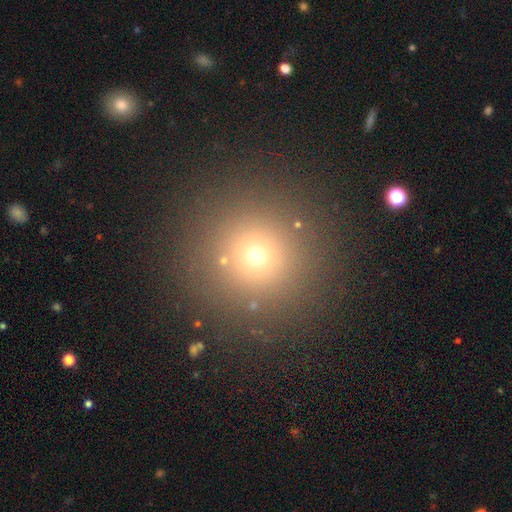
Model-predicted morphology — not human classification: Smooth or featured? Predicted: smooth (p=0.66). How rounded? Predicted: round (p=0.95). Merging? Predicted: none (p=0.88).